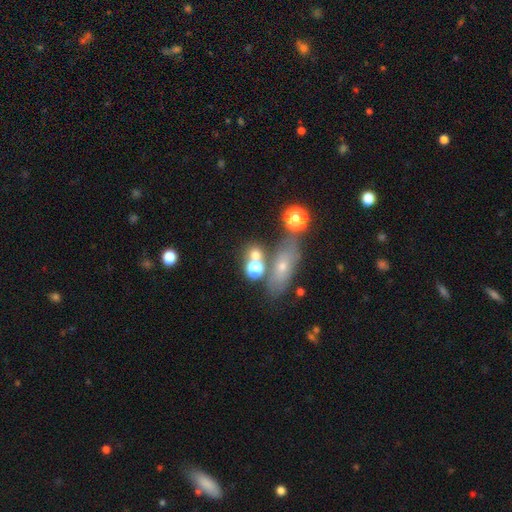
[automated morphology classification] A smooth galaxy with no disk features (63%) that is round (62%).

Vote fractions:
- Smooth or featured? smooth: 63% / star or artifact: 21% / featured or disk: 16%
- How rounded? round: 62% / in between: 32% / cigar-shaped: 6%
- Merging? none: 52% / merger: 31% / minor disturbance: 11% / major disturbance: 6%